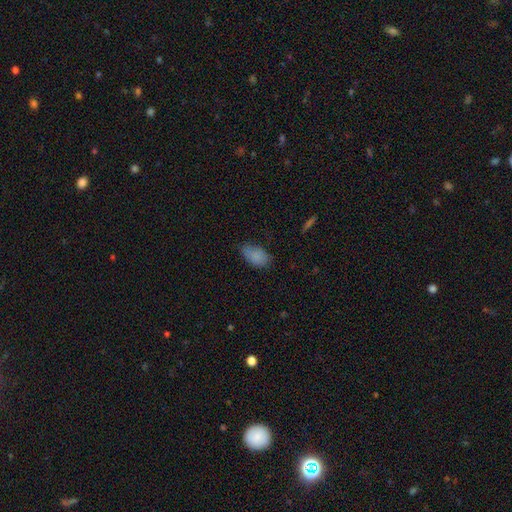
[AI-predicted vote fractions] Smooth or featured? Predicted: smooth (p=0.84). How rounded? Predicted: in between (p=0.91). Merging? Predicted: none (p=0.61).